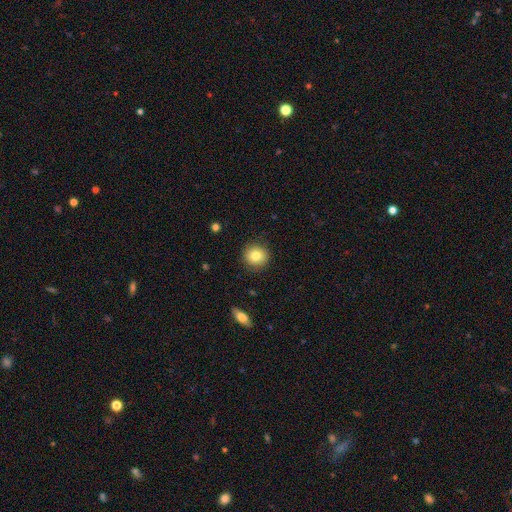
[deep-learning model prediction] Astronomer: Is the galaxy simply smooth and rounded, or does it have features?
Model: smooth — 81%.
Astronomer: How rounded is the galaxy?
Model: round — 90%.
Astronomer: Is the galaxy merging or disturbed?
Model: none — 90%.